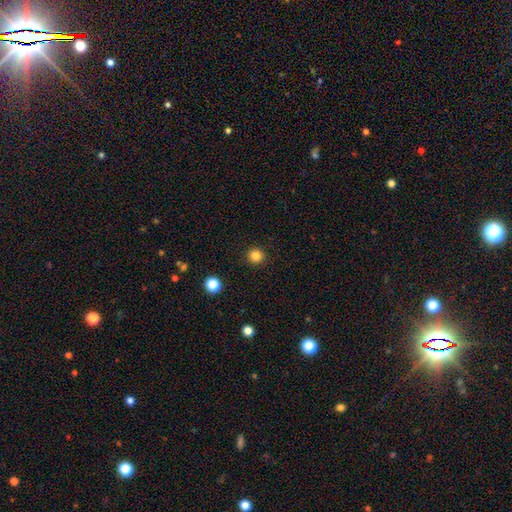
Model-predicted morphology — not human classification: This is clearly a smooth galaxy (83%). How rounded: clearly round (95%). Merging: clearly none (92%).